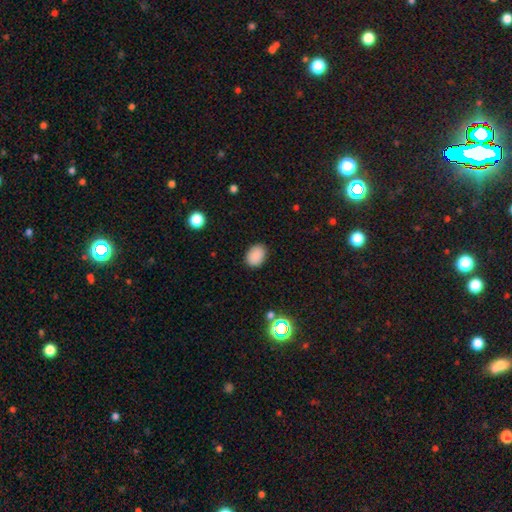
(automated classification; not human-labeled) Smooth or featured? Predicted: smooth (p=0.87). How rounded? Predicted: in between (p=0.69). Merging? Predicted: none (p=0.87).